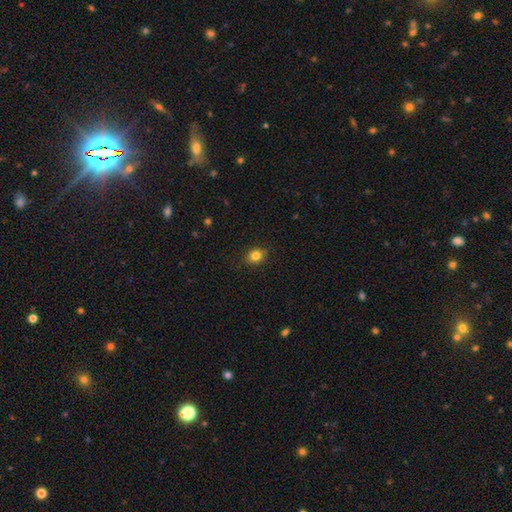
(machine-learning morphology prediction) A smooth galaxy with no disk features (81%) that is round (57%). Merging: none (85%).